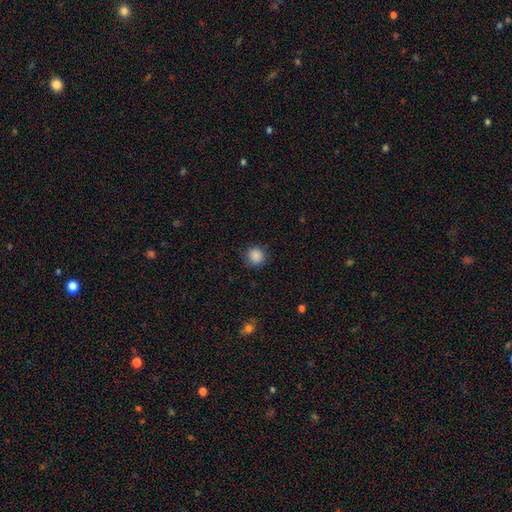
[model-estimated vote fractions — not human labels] Overall: smooth (88%). How rounded: round (92%). Merging: none (88%).